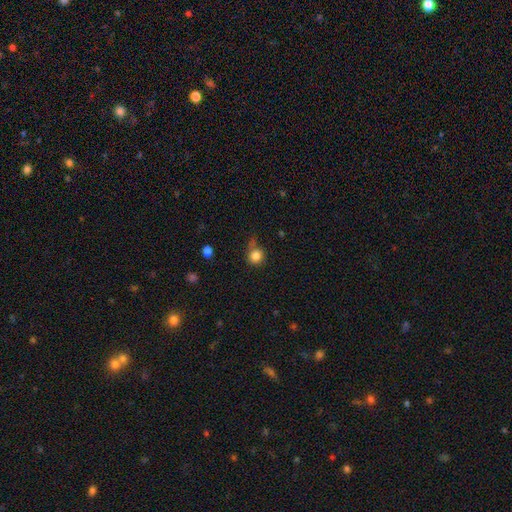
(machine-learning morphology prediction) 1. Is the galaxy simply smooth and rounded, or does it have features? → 83% smooth, 11% star or artifact, 6% featured or disk.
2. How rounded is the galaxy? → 84% round, 15% in between, 1% cigar-shaped.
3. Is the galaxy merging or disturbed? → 57% none, 26% minor disturbance, 11% major disturbance, 6% merger.